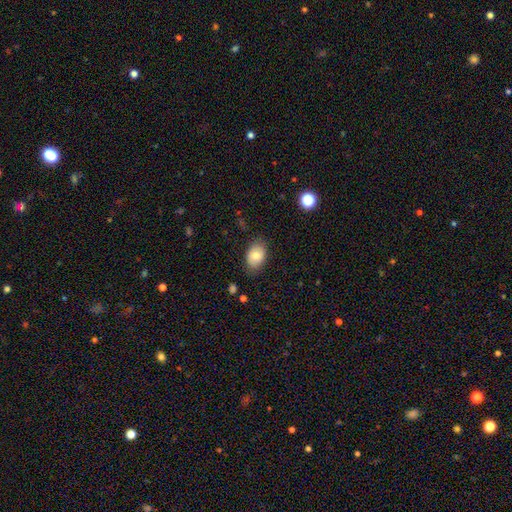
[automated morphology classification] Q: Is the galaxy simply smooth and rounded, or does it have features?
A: smooth — 79%.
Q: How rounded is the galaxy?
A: in between — 84%.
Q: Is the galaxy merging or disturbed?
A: none — 81%.